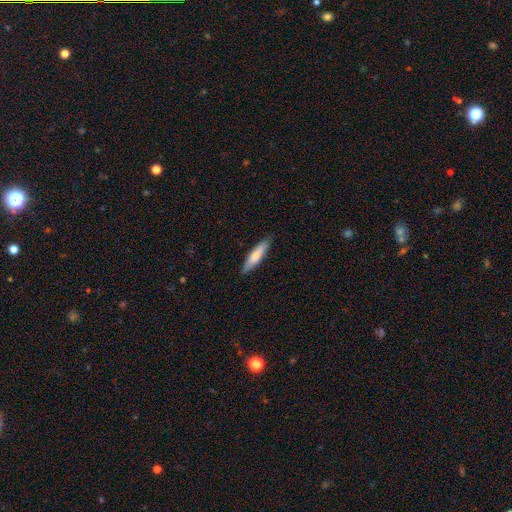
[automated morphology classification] smooth-or-featured: smooth: 72% | featured or disk: 23% | star or artifact: 5%
  how-rounded: cigar-shaped: 75% | in between: 24% | round: 1%
  merging: none: 85% | minor disturbance: 12% | major disturbance: 2% | merger: 1%